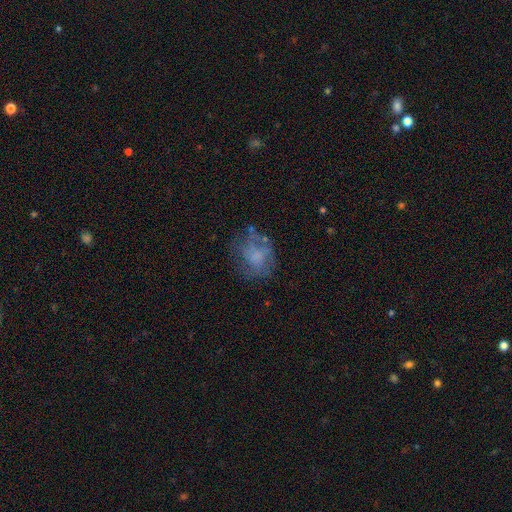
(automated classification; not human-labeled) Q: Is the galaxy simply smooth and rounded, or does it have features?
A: smooth — 45%.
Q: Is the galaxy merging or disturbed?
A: none — 53%.